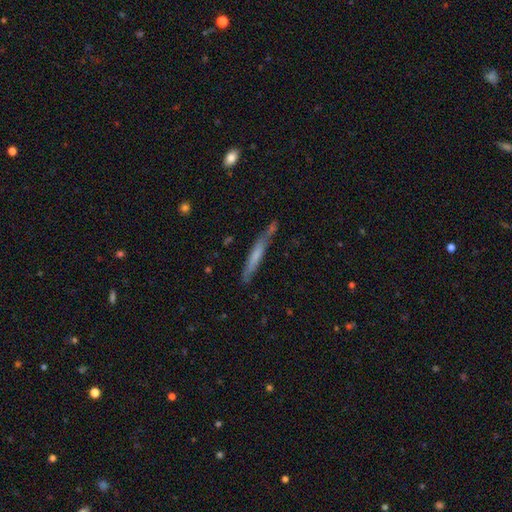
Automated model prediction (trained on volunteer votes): Smooth or featured: smooth — 50% (featured or disk — 43%)
Merging: none — 68% (minor disturbance — 20%)